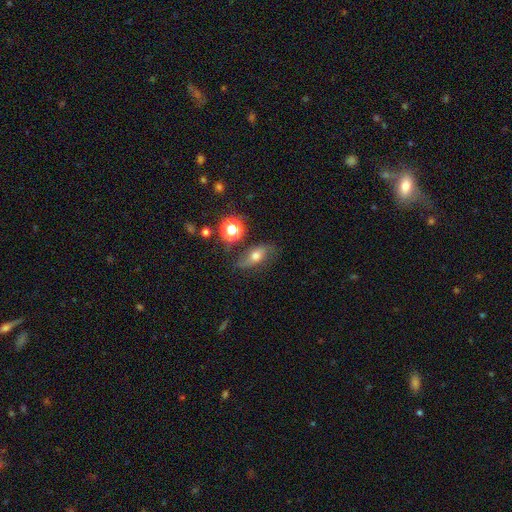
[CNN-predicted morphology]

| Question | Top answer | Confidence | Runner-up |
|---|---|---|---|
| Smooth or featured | smooth | 52% | featured or disk (34%) |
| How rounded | in between | 72% | round (16%) |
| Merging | none | 68% | minor disturbance (21%) |